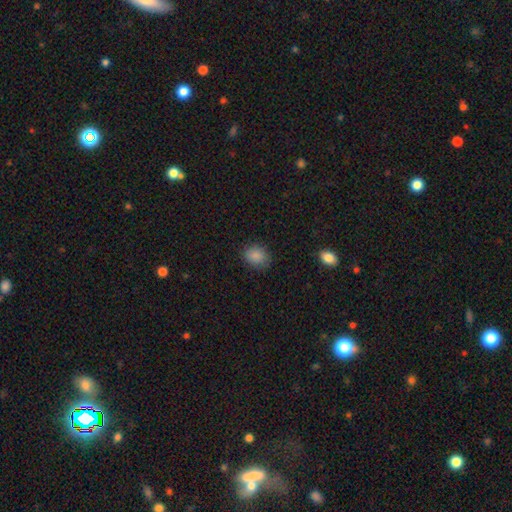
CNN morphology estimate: A smooth galaxy with no disk features (87%) that is round (52%).

Vote fractions:
- Smooth or featured? smooth: 87% / star or artifact: 9% / featured or disk: 4%
- How rounded? round: 52% / in between: 47% / cigar-shaped: 1%
- Merging? none: 82% / minor disturbance: 13% / major disturbance: 3% / merger: 1%